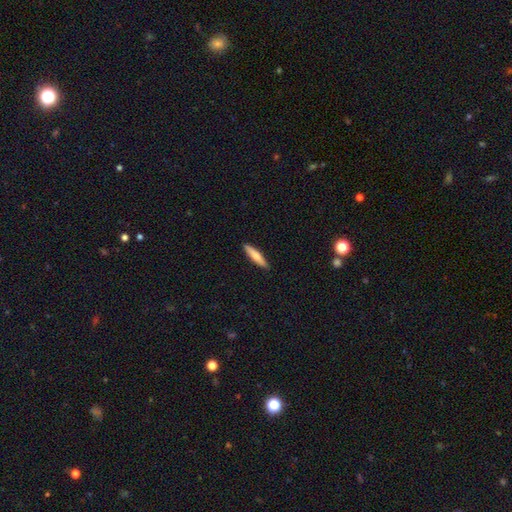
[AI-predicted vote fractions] This is likely a smooth galaxy (64%). How rounded: clearly cigar-shaped (85%). Merging: clearly none (90%).